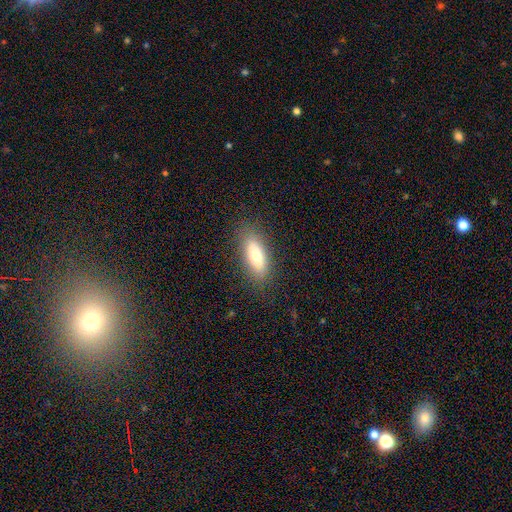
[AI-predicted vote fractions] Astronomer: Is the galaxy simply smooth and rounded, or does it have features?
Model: smooth — 72%.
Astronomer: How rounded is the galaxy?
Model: in between — 70%.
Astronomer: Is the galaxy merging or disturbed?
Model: none — 85%.